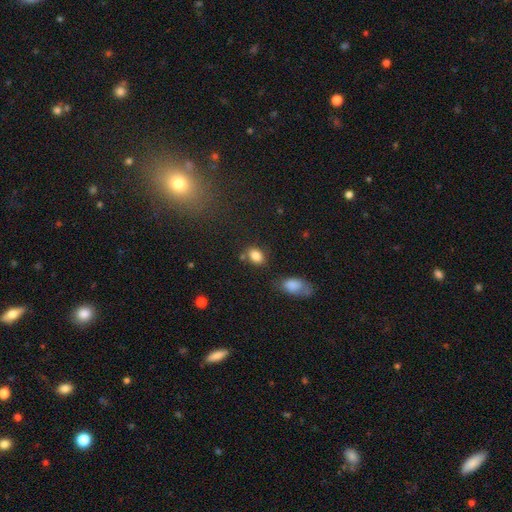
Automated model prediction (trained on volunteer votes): Smooth or featured? smooth (84%)
How rounded? in between (74%)
Merging? none (69%)